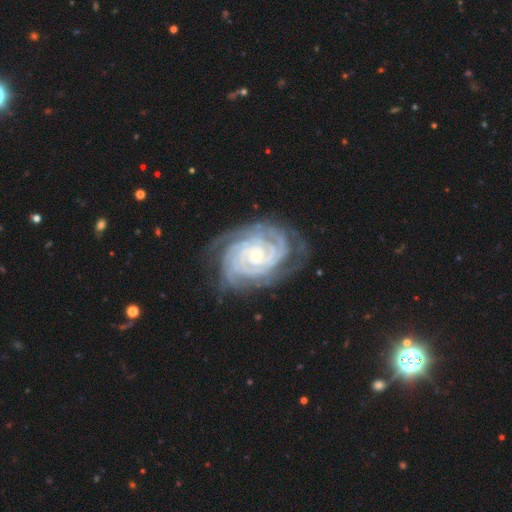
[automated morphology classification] This is clearly a featured or disk galaxy (92%). It is clearly not viewed edge-on (97%). Bar: likely no (71%). Spiral arm pattern: clearly yes (99%). Spiral arm count: marginally 4 (27%). Spiral winding: clearly tight (85%). Central bulge: likely small (67%). Merging: likely none (75%).